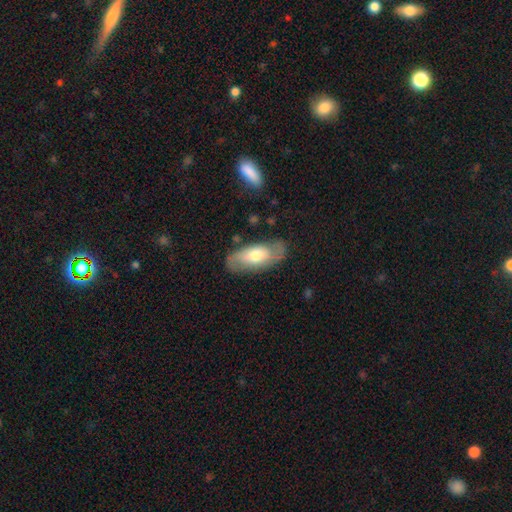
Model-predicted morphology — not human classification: This is possibly a smooth galaxy (51%). How rounded: clearly in between (86%). Merging: likely none (73%).